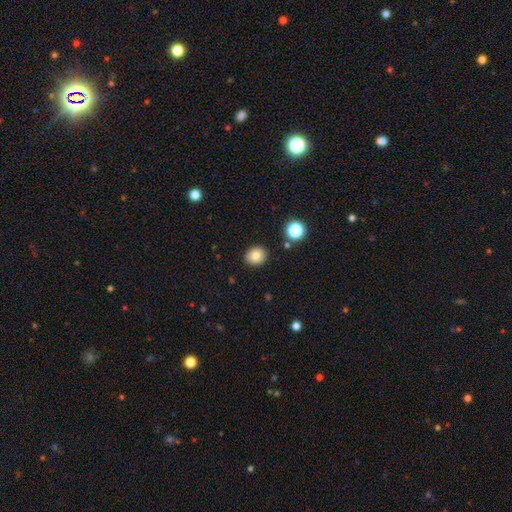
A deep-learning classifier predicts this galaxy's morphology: smooth-or-featured: smooth: 80% | star or artifact: 11% | featured or disk: 8%
  how-rounded: round: 73% | in between: 26% | cigar-shaped: 1%
  merging: none: 88% | minor disturbance: 8% | merger: 2% | major disturbance: 2%